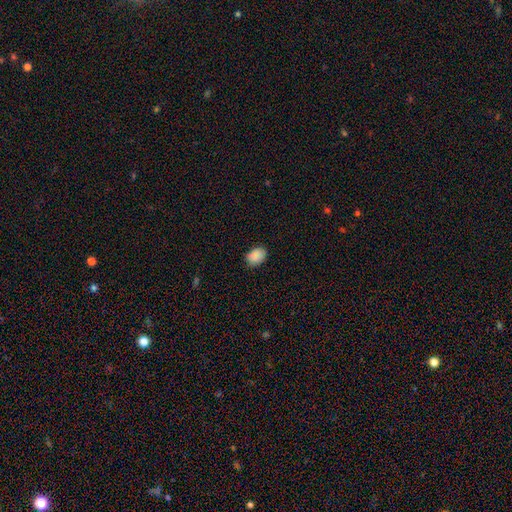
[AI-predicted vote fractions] Smooth or featured?
  - smooth: 89% *
  - star or artifact: 8%
  - featured or disk: 3%
How rounded?
  - in between: 78% *
  - round: 21%
  - cigar-shaped: 1%
Merging?
  - none: 82% *
  - minor disturbance: 15%
  - major disturbance: 3%
  - merger: 1%